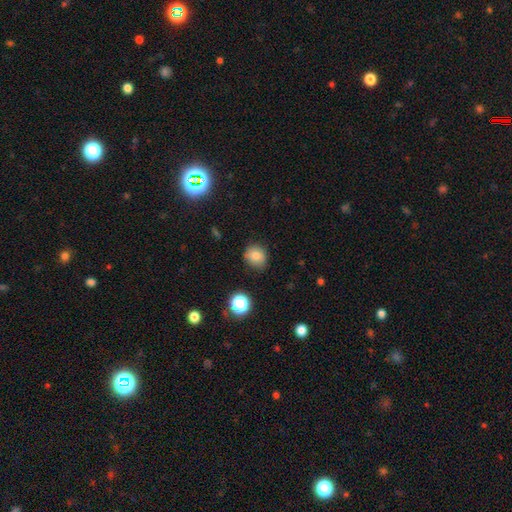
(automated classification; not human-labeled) A smooth galaxy with no disk features (80%) that is round (74%). Merging: none (82%).